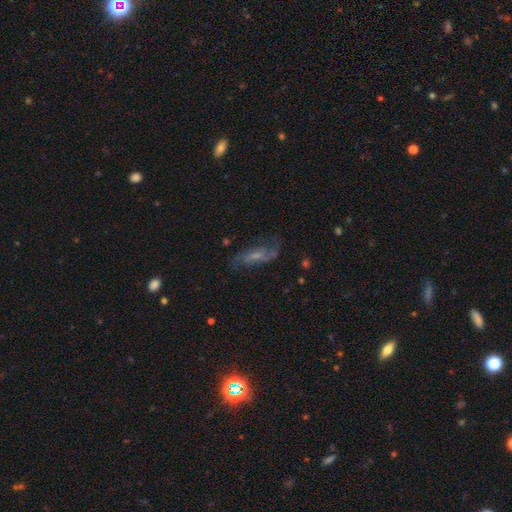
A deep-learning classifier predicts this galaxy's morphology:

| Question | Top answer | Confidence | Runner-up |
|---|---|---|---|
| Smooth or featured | featured or disk | 63% | smooth (27%) |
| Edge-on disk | no | 88% | yes (12%) |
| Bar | weak | 44% | no (39%) |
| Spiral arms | yes | 83% | no (17%) |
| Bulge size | small | 41% | moderate (28%) |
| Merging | none | 58% | minor disturbance (21%) |